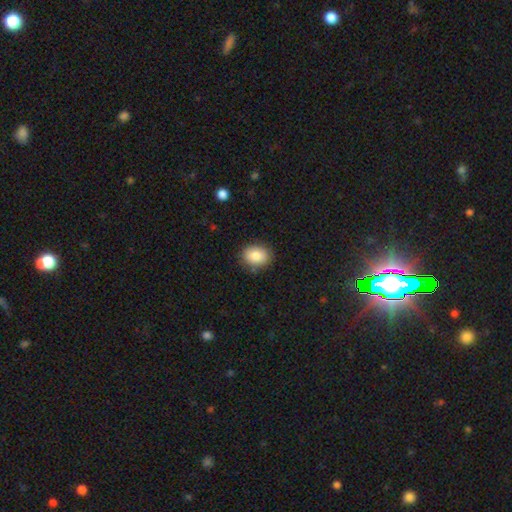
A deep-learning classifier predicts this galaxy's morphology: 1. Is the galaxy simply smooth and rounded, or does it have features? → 85% smooth, 8% star or artifact, 7% featured or disk.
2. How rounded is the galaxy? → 57% in between, 42% round, 1% cigar-shaped.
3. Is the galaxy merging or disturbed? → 85% none, 11% minor disturbance, 3% major disturbance, 1% merger.